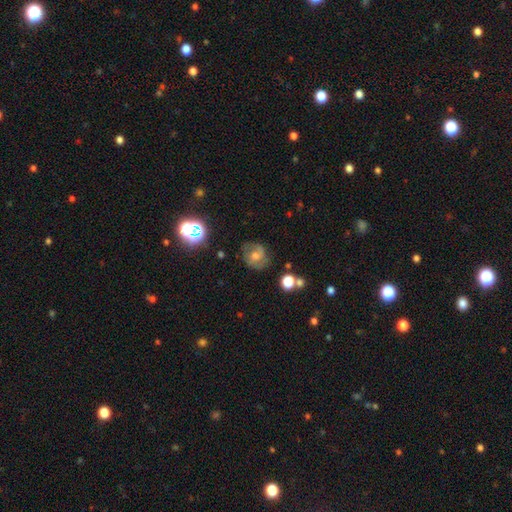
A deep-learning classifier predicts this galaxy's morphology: This appears to be a featured or disk galaxy (47%). Merging: none (71%).